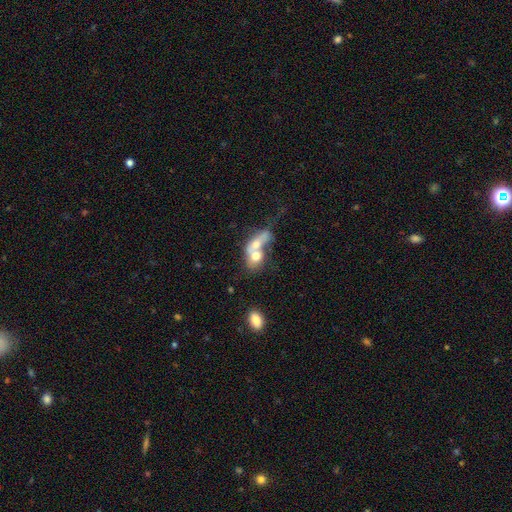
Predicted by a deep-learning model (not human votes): Overall: smooth (59%; featured or disk 32%). How rounded: in between (59%; round 34%). Merging: merger (76%).